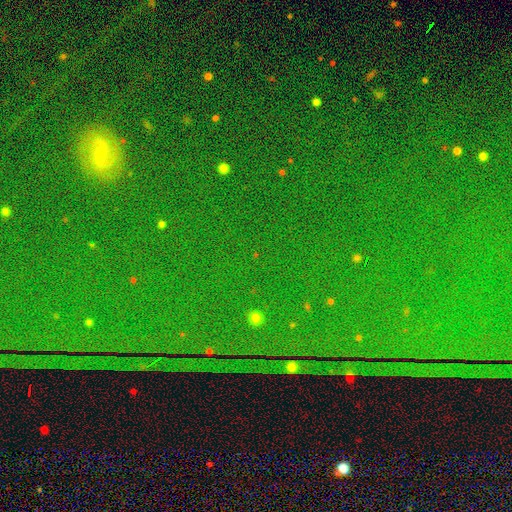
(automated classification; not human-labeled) A star or artifact, not a galaxy (79%).

Vote fractions:
- Smooth or featured? star or artifact: 79% / smooth: 12% / featured or disk: 9%